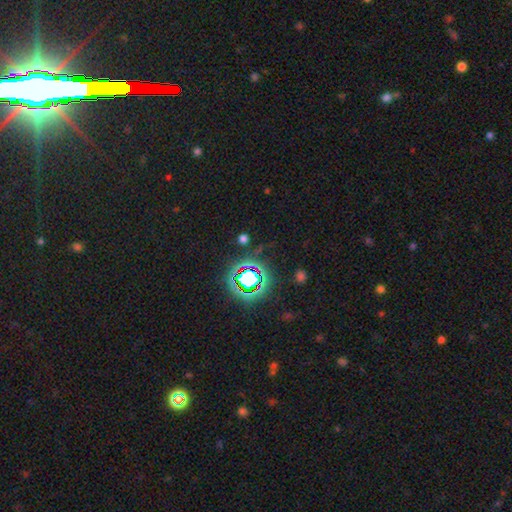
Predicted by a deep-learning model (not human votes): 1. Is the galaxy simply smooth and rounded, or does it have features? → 80% star or artifact, 12% smooth, 8% featured or disk.